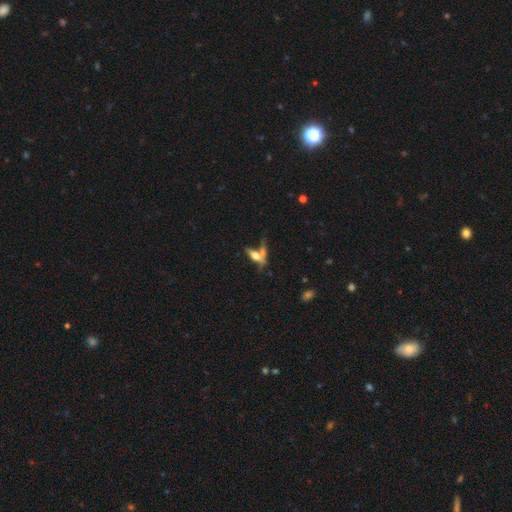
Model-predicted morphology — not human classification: smooth-or-featured: smooth: 47% | featured or disk: 42% | star or artifact: 11%
  merging: none: 39% | merger: 34% | minor disturbance: 14% | major disturbance: 13%